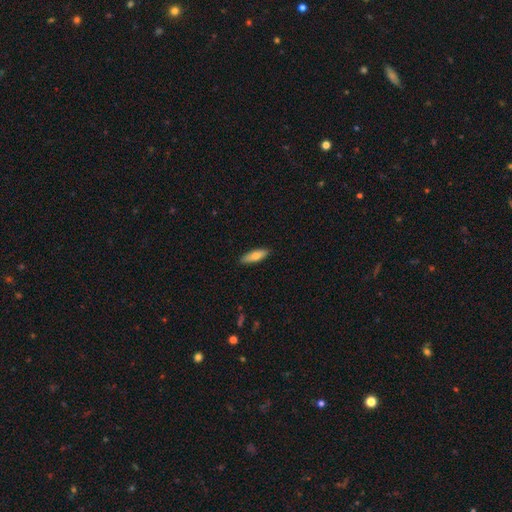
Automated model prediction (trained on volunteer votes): This is likely a smooth galaxy (73%). How rounded: possibly in between (52%). Merging: clearly none (89%).